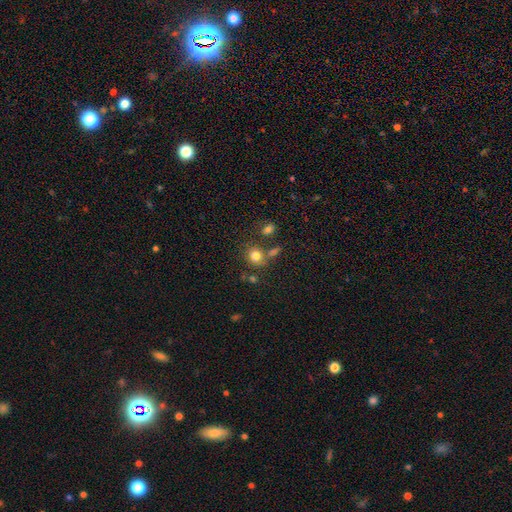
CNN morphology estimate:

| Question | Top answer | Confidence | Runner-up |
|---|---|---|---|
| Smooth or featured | smooth | 79% | star or artifact (13%) |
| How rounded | round | 71% | in between (28%) |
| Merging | none | 66% | merger (15%) |